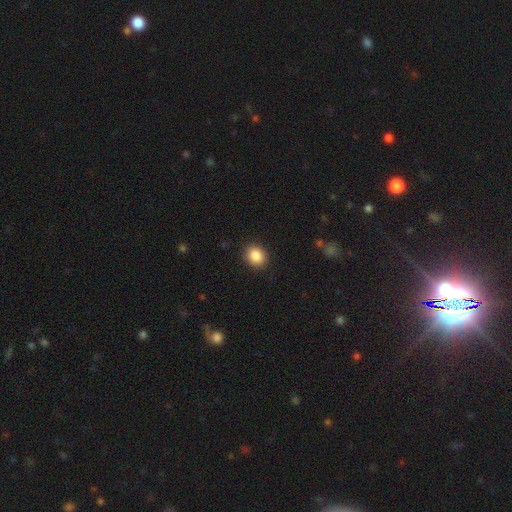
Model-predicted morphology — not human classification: smooth 87%, star or artifact 9%, featured or disk 4%. Down the decision tree: how rounded — round (66%); merging — none (90%).